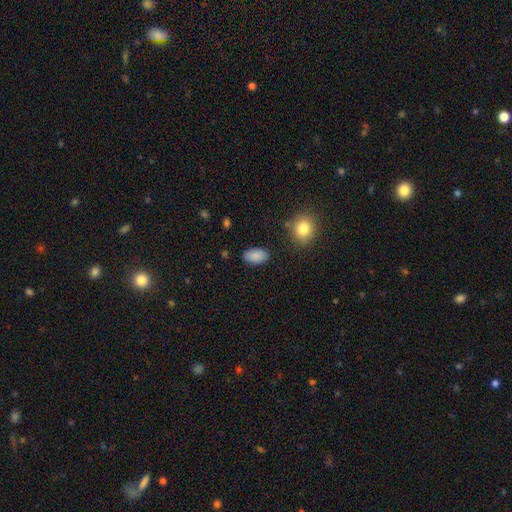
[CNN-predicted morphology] smooth-or-featured: smooth: 88% | star or artifact: 7% | featured or disk: 5%
  how-rounded: in between: 93% | round: 5% | cigar-shaped: 2%
  merging: none: 85% | minor disturbance: 10% | major disturbance: 3% | merger: 2%